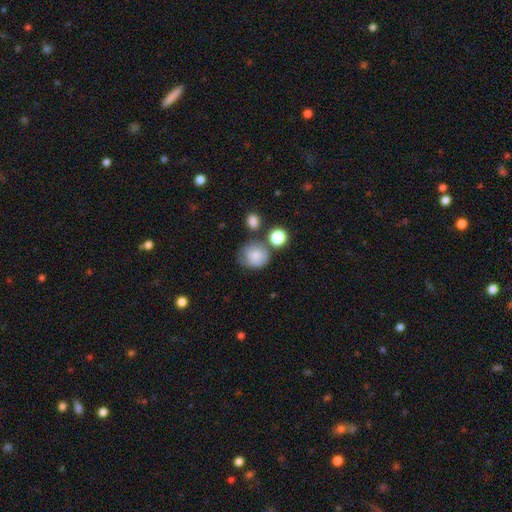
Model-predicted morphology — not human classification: This appears to be a smooth galaxy with no disk features (78%) that is round (80%). Merging: none (55%).